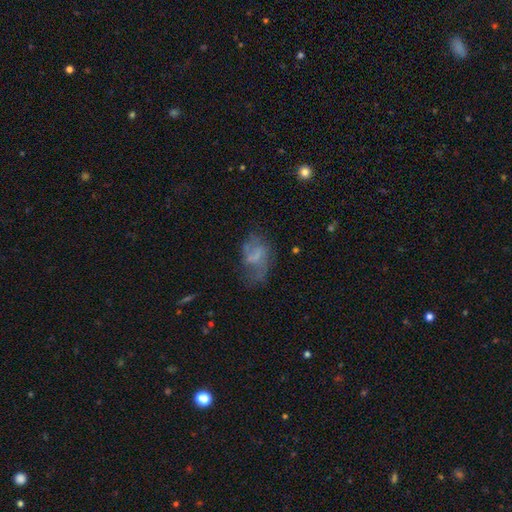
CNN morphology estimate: featured or disk 52%, smooth 36%, star or artifact 12%. Down the decision tree: edge-on disk — no (97%); bar — no (49%); spiral arms — yes (60%); bulge size — none (63%); merging — none (43%).